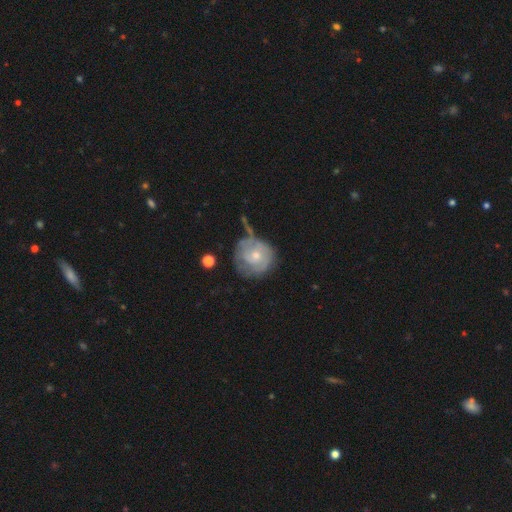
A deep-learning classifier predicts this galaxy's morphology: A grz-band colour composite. It shows a featured or disk galaxy (60%) with no bar (77%), spiral arms (68%) and a small central bulge (52%). Merging: none (46%).